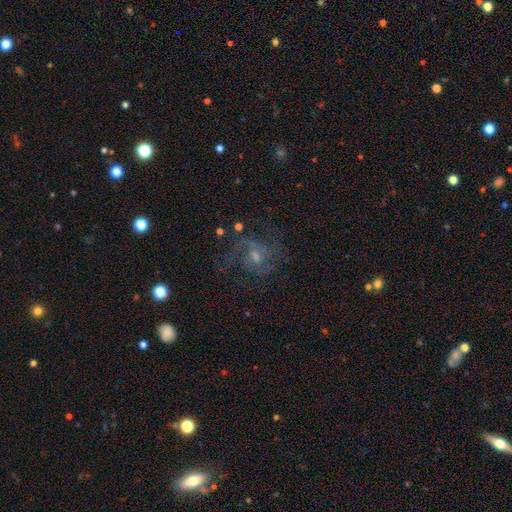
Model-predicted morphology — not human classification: A featured or disk galaxy (78%) with no bar (54%), 2 (45%) medium (53%) spiral arms (94%) and a moderate central bulge (46%).

Vote fractions:
- Smooth or featured? featured or disk: 78% / star or artifact: 13% / smooth: 10%
- Edge-on disk? no: 98% / yes: 2%
- Bar? no: 54% / weak: 39% / strong: 7%
- Spiral arms? yes: 94% / no: 6%
- Spiral winding? medium: 53% / loose: 26% / tight: 21%
- Spiral arm count? 2: 45% / 3: 20% / can't tell: 18% / 1: 7% / 4: 5% / more than 4: 5%
- Bulge size? moderate: 46% / small: 43% / none: 5% / large: 4% / dominant: 1%
- Merging? none: 65% / major disturbance: 17% / minor disturbance: 16% / merger: 2%